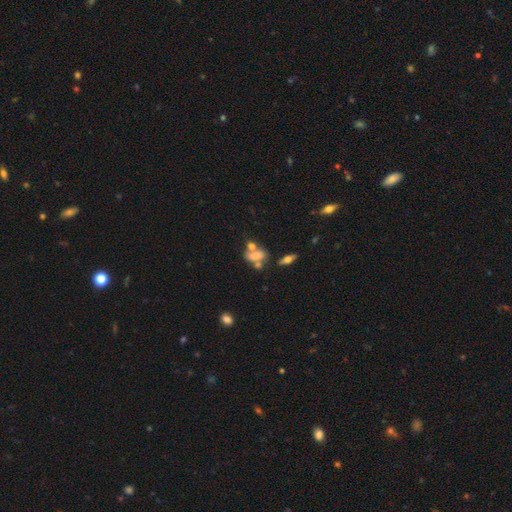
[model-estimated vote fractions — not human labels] smooth 62%, featured or disk 26%, star or artifact 12%. Down the decision tree: how rounded — in between (78%); merging — none (43%).